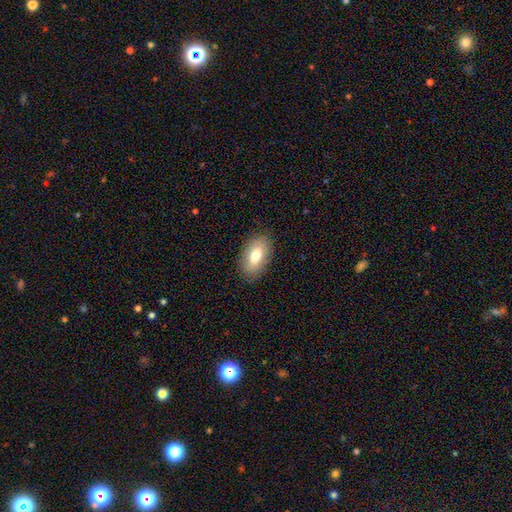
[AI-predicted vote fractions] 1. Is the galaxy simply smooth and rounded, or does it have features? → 74% smooth, 18% featured or disk, 7% star or artifact.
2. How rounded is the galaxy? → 93% in between, 5% round, 2% cigar-shaped.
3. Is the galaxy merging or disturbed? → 86% none, 10% minor disturbance, 3% major disturbance, 1% merger.